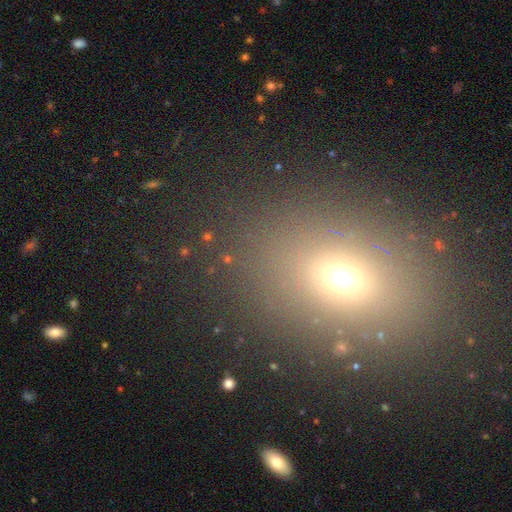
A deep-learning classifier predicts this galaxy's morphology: type=smooth (61%); roundness=in between (58%); merging=none (84%).